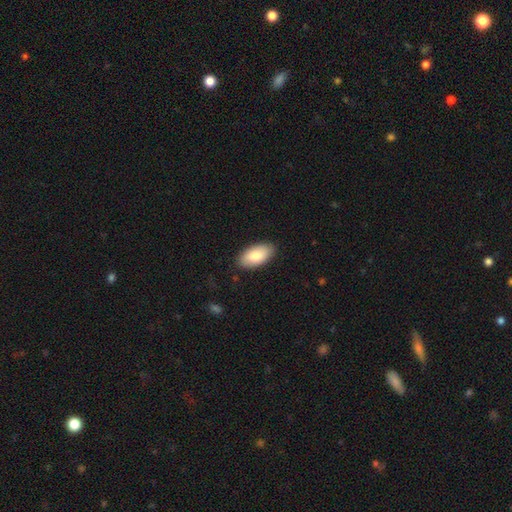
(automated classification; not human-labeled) This is clearly a smooth galaxy (82%). How rounded: clearly in between (95%). Merging: clearly none (88%).